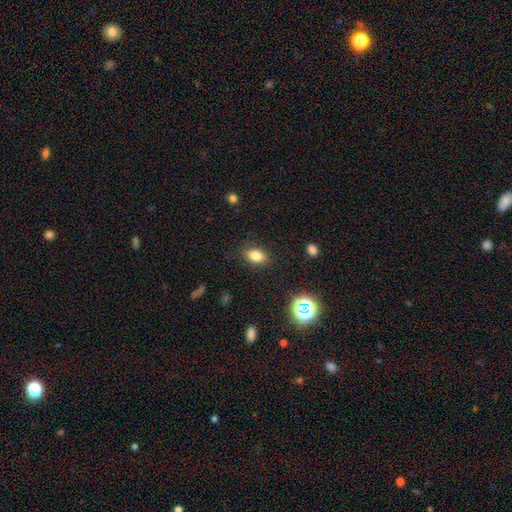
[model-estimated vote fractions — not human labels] Smooth or featured: smooth — 80% (star or artifact — 12%)
How rounded: in between — 82% (round — 16%)
Merging: none — 86% (minor disturbance — 10%)